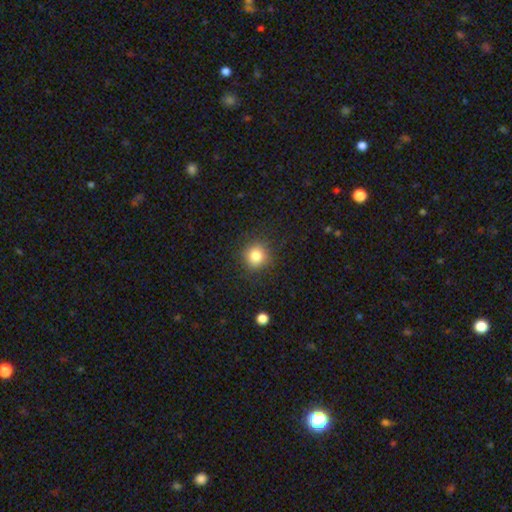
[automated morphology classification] A smooth galaxy with no disk features (82%) that is round (92%). Merging: none (88%).